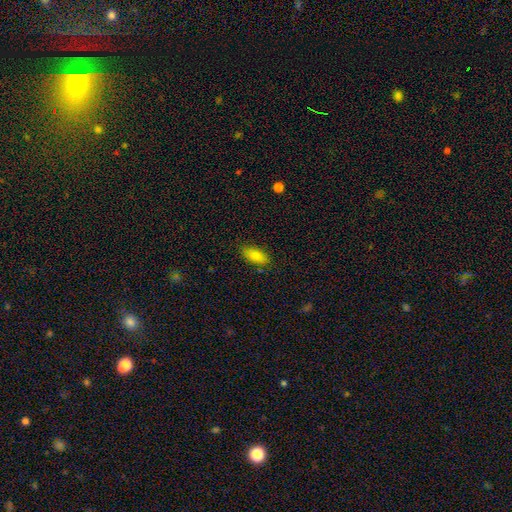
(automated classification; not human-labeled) Smooth or featured? smooth (82%)
How rounded? in between (87%)
Merging? none (84%)